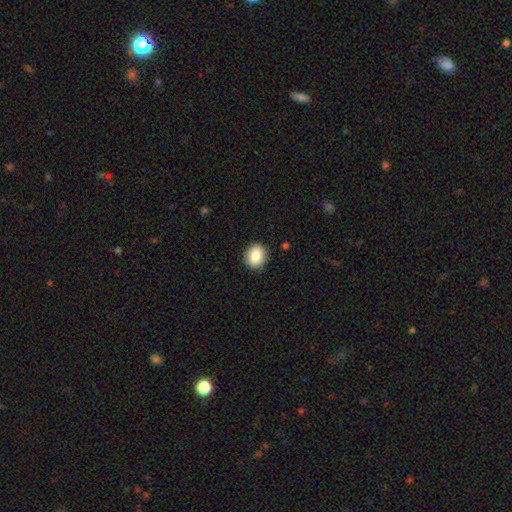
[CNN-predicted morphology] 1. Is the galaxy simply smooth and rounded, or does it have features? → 85% smooth, 8% star or artifact, 7% featured or disk.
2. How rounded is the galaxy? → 65% round, 34% in between, 1% cigar-shaped.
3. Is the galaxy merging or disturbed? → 89% none, 8% minor disturbance, 2% major disturbance, 1% merger.